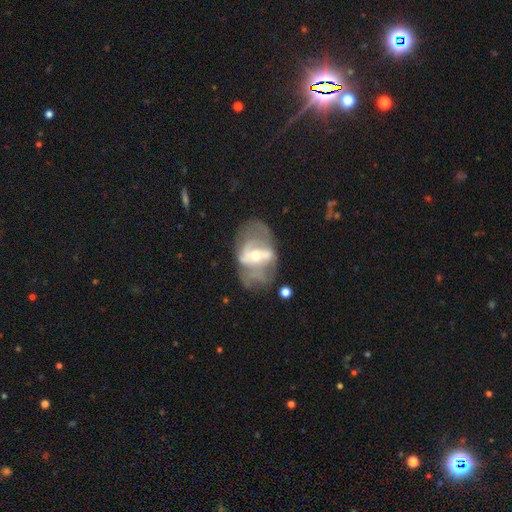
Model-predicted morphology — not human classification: A featured or disk galaxy (76%) with a strong bar (36%), spiral arms (60%) and a small central bulge (48%). Merging: none (42%).